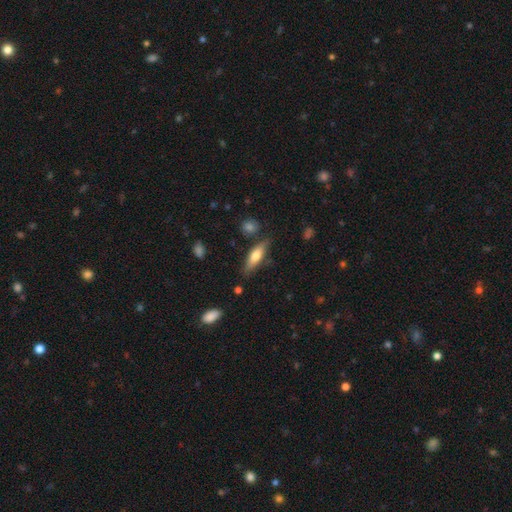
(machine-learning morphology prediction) type=smooth (62%); roundness=cigar-shaped (57%); merging=none (77%).